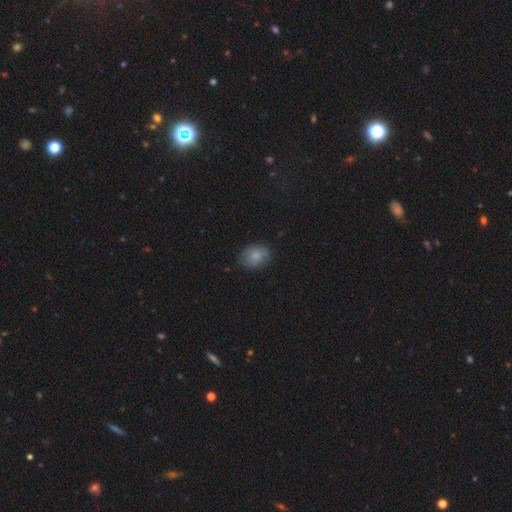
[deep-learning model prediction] A smooth galaxy with no disk features (82%) that is in between round and cigar-shaped (55%).

Vote fractions:
- Smooth or featured? smooth: 82% / featured or disk: 11% / star or artifact: 8%
- How rounded? in between: 55% / round: 44% / cigar-shaped: 1%
- Merging? none: 79% / minor disturbance: 16% / major disturbance: 4% / merger: 1%